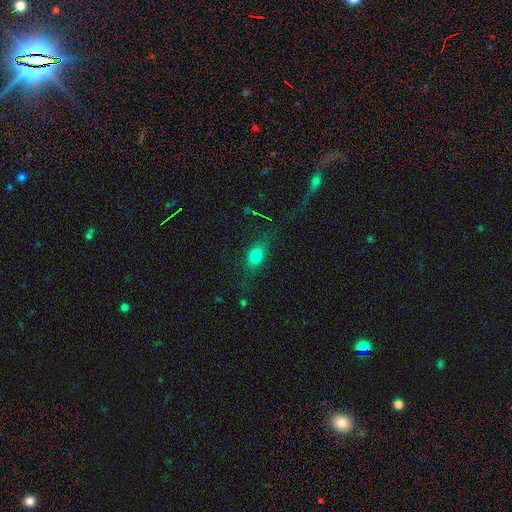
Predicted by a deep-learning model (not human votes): This is likely a smooth galaxy (69%). How rounded: likely in between (66%). Merging: likely none (70%).